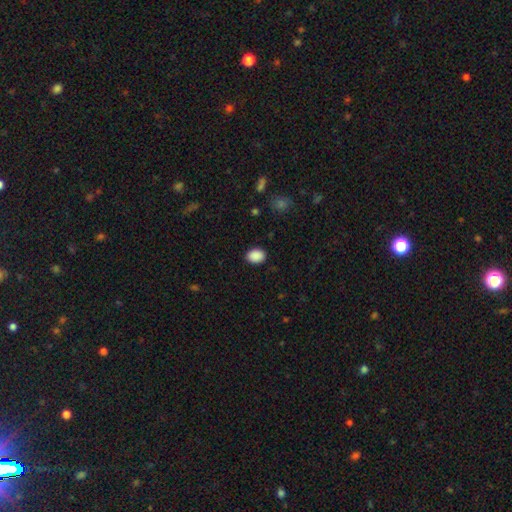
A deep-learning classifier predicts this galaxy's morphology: The model was most divided on "how rounded": in between: 66%, round: 33%, cigar-shaped: 1%. More confident: smooth or featured — smooth (89%); merging — none (88%).